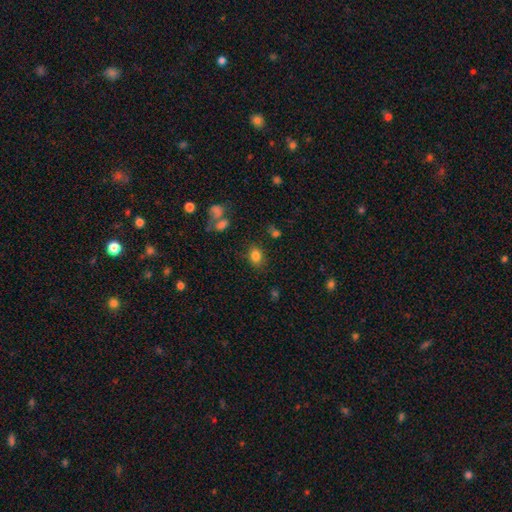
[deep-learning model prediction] Morphology: type=smooth (82%); roundness=in between (66%); merging=none (79%).